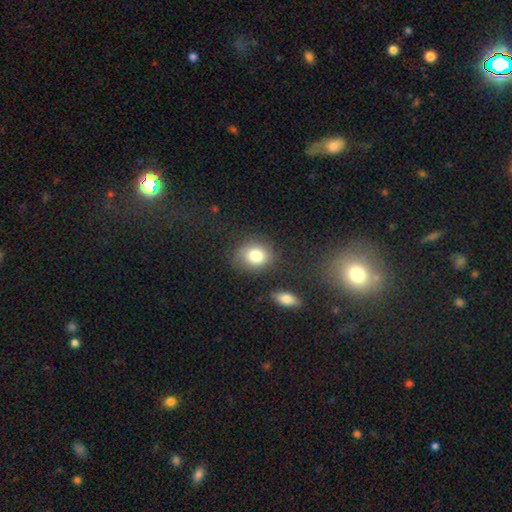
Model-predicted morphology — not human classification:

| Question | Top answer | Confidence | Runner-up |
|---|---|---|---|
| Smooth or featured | smooth | 80% | featured or disk (10%) |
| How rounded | round | 64% | in between (35%) |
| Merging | none | 78% | minor disturbance (13%) |